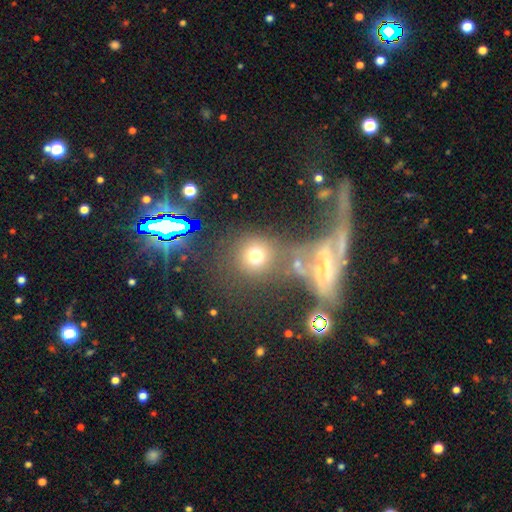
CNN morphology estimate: Smooth or featured: smooth — 68% (star or artifact — 18%)
How rounded: round — 87% (in between — 11%)
Merging: none — 58% (merger — 22%)